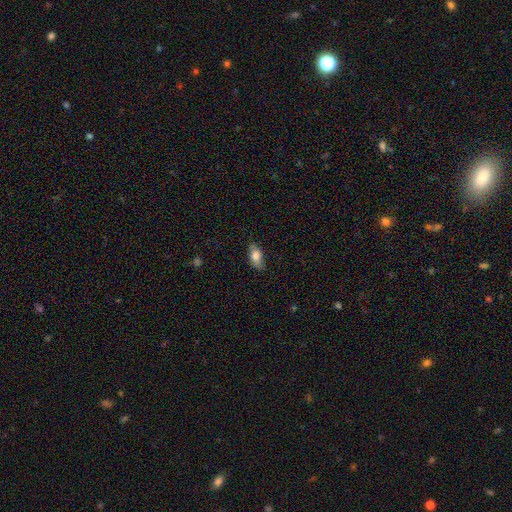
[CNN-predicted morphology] Smooth or featured?
  - smooth: 79% *
  - featured or disk: 14%
  - star or artifact: 7%
How rounded?
  - in between: 88% *
  - cigar-shaped: 8%
  - round: 4%
Merging?
  - none: 79% *
  - minor disturbance: 16%
  - major disturbance: 3%
  - merger: 1%